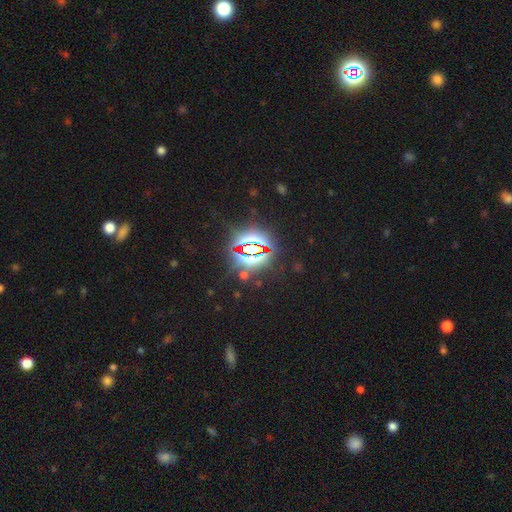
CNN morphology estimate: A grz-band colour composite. It shows a star or artifact, not a galaxy (83%).